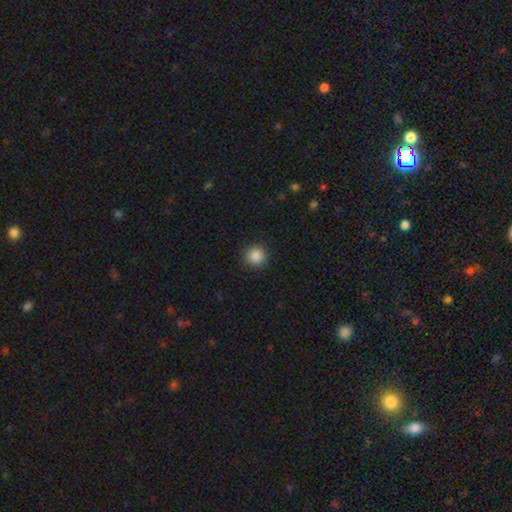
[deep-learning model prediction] Overall: smooth (88%). How rounded: round (93%). Merging: none (91%).